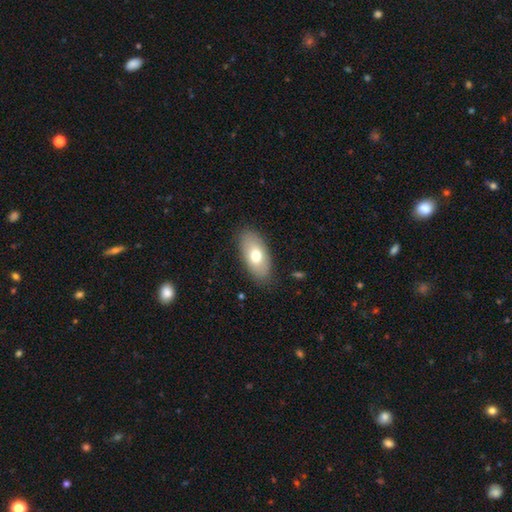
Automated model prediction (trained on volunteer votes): This is likely a smooth galaxy (71%). How rounded: clearly in between (91%). Merging: clearly none (84%).